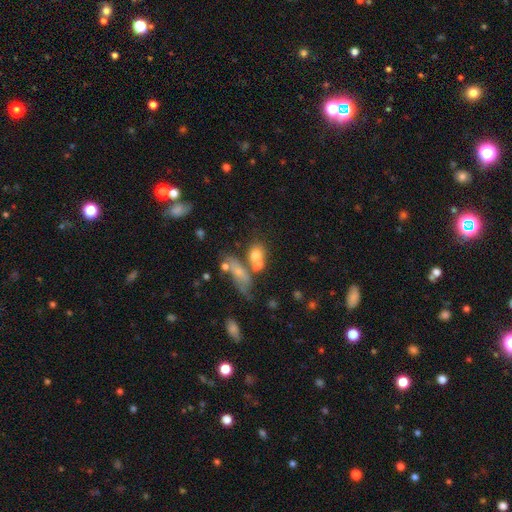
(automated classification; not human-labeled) Smooth or featured? smooth (70%)
How rounded? in between (51%)
Merging? merger (41%)